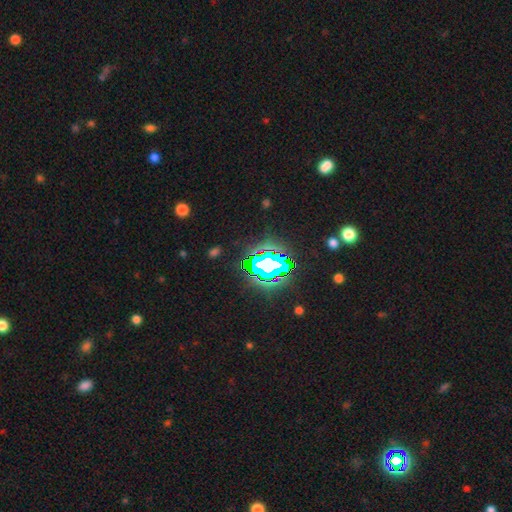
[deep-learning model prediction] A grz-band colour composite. It shows a star or artifact, not a galaxy (72%).